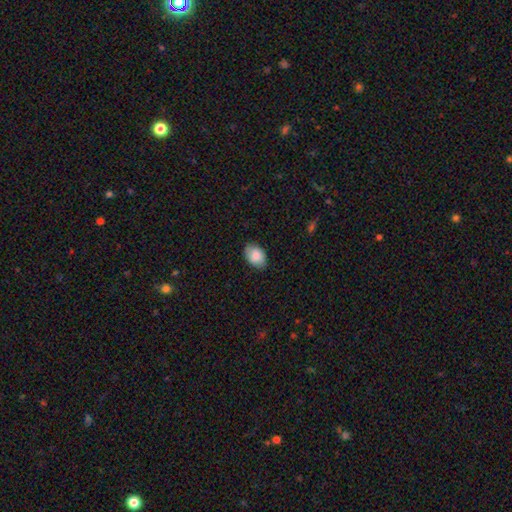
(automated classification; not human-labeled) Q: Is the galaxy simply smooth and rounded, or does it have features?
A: smooth — 84%.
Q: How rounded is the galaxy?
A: in between — 84%.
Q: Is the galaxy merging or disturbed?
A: none — 82%.